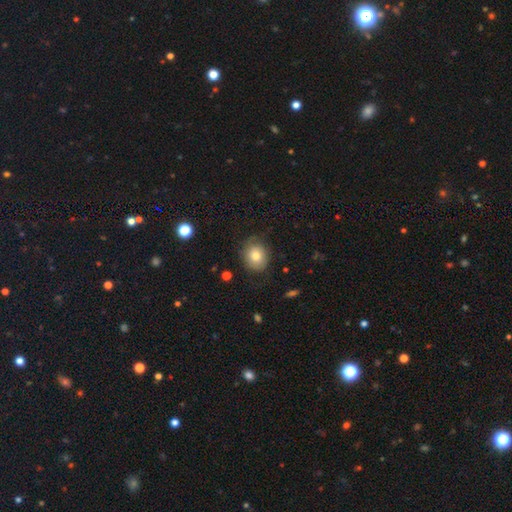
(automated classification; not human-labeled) This appears to be a smooth galaxy with no disk features (75%) that is round (65%). Merging: none (73%).